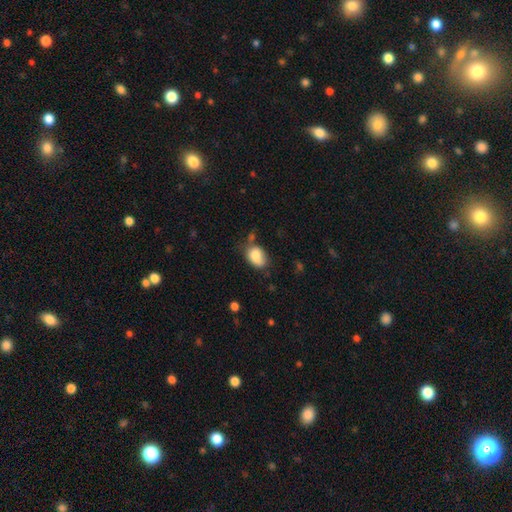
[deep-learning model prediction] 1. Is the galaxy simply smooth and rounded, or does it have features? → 84% smooth, 8% star or artifact, 8% featured or disk.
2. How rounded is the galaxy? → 81% in between, 18% round, 1% cigar-shaped.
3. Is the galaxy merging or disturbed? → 49% none, 32% minor disturbance, 10% major disturbance, 9% merger.